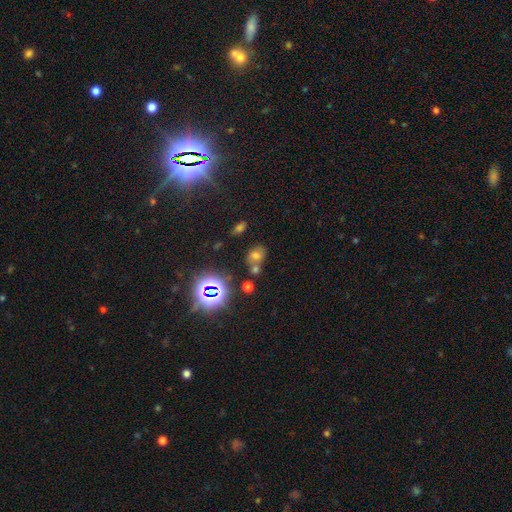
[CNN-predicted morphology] Smooth or featured? smooth (55%)
How rounded? in between (57%)
Merging? none (53%)